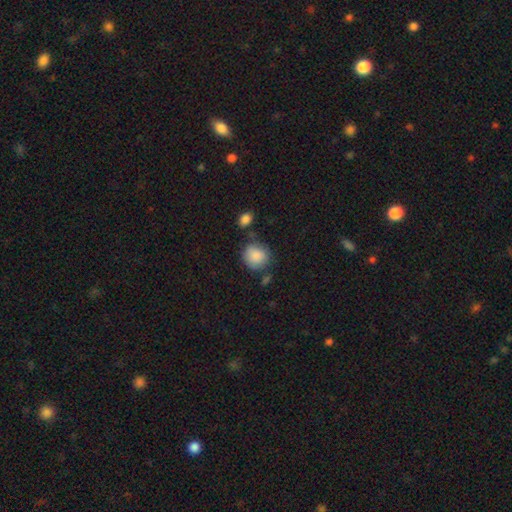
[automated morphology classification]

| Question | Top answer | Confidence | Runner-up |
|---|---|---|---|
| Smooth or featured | smooth | 87% | star or artifact (7%) |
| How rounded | round | 81% | in between (18%) |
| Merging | none | 68% | minor disturbance (18%) |